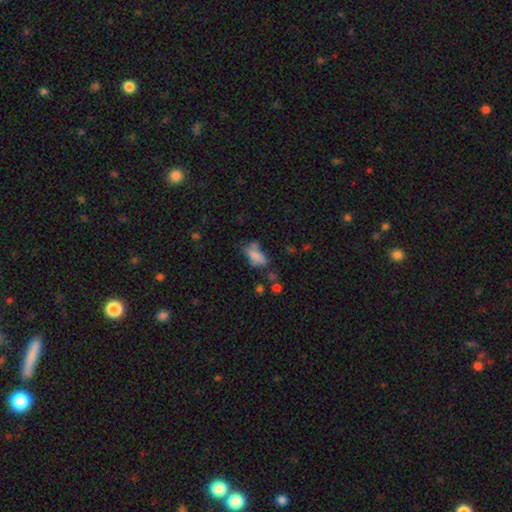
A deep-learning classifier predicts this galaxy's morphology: Smooth or featured?
  - smooth: 71% *
  - featured or disk: 18%
  - star or artifact: 11%
How rounded?
  - in between: 75% *
  - cigar-shaped: 21%
  - round: 4%
Merging?
  - none: 42% *
  - minor disturbance: 25%
  - merger: 17%
  - major disturbance: 16%